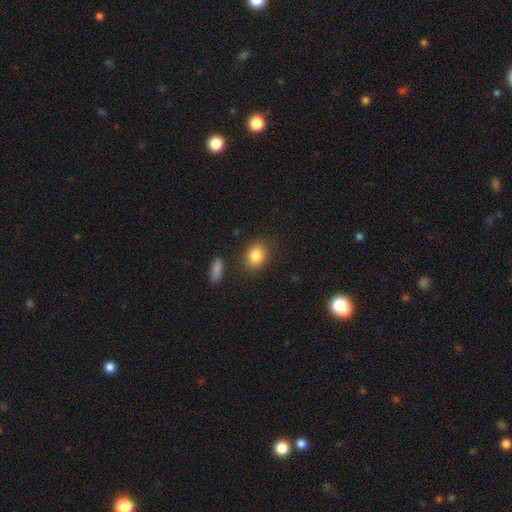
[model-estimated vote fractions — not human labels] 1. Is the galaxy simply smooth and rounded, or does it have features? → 84% smooth, 9% star or artifact, 8% featured or disk.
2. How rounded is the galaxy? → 60% in between, 38% round, 1% cigar-shaped.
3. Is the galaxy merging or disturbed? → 82% none, 11% minor disturbance, 4% merger, 3% major disturbance.